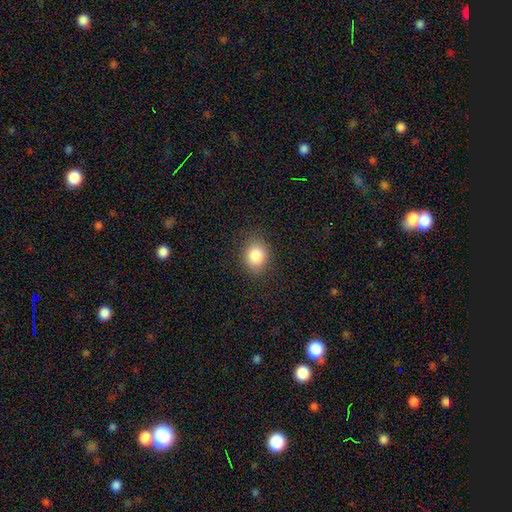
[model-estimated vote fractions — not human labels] A smooth galaxy with no disk features (85%) that is round (53%).

Vote fractions:
- Smooth or featured? smooth: 85% / star or artifact: 10% / featured or disk: 6%
- How rounded? round: 53% / in between: 46% / cigar-shaped: 1%
- Merging? none: 85% / minor disturbance: 10% / major disturbance: 3% / merger: 1%